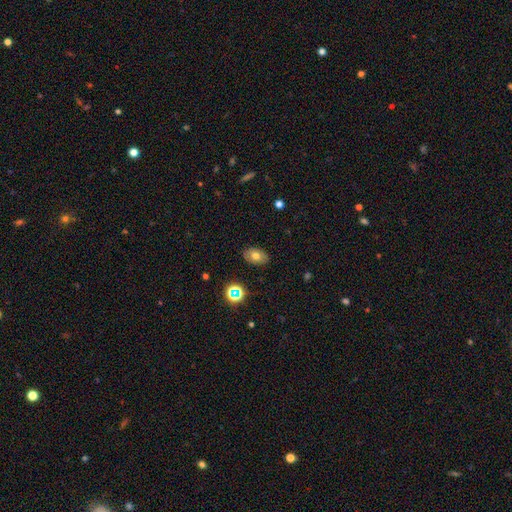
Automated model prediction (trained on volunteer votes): Smooth or featured? smooth (70%)
How rounded? in between (85%)
Merging? none (87%)